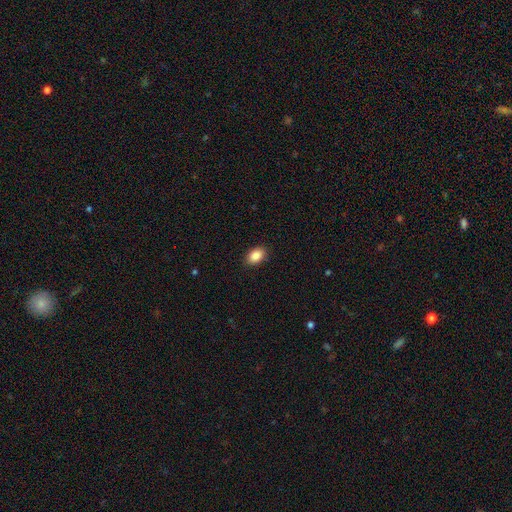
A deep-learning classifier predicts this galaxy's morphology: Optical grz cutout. It shows a smooth galaxy with no disk features (89%) that is in between round and cigar-shaped (87%). Merging: none (89%).